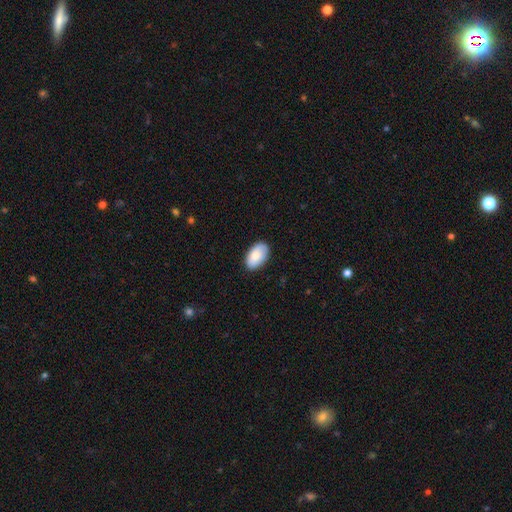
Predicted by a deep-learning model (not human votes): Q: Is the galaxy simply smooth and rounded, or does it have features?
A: smooth — 80%.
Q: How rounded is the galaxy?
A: in between — 94%.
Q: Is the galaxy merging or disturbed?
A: none — 85%.